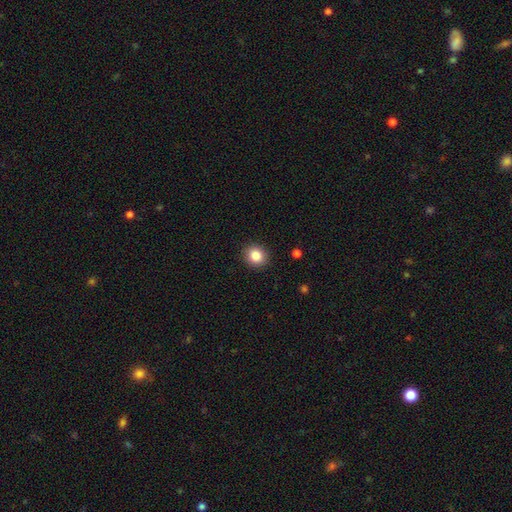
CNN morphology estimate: A smooth galaxy with no disk features (85%) that is round (81%). Merging: none (90%).